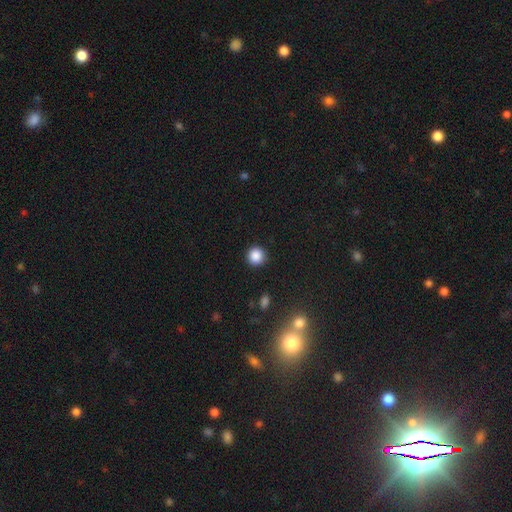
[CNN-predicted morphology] type=smooth (87%); roundness=round (94%); merging=none (91%).